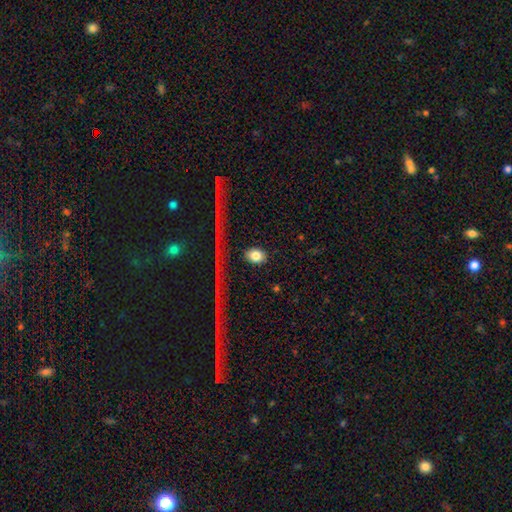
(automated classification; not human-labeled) This is likely a smooth galaxy (78%). How rounded: likely in between (64%). Merging: clearly none (86%).